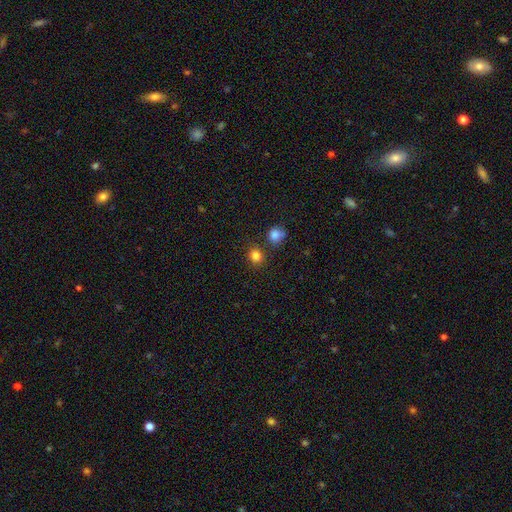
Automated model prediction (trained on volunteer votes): A smooth galaxy with no disk features (82%) that is round (74%).

Vote fractions:
- Smooth or featured? smooth: 82% / star or artifact: 13% / featured or disk: 5%
- How rounded? round: 74% / in between: 25% / cigar-shaped: 1%
- Merging? none: 76% / merger: 11% / minor disturbance: 10% / major disturbance: 3%